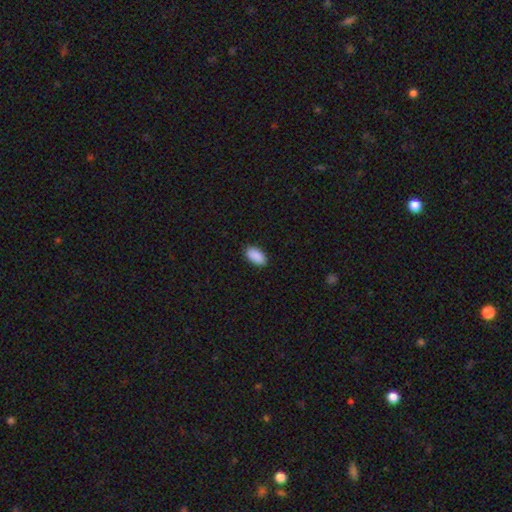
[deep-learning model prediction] This is clearly a smooth galaxy (91%). How rounded: clearly in between (95%). Merging: clearly none (89%).